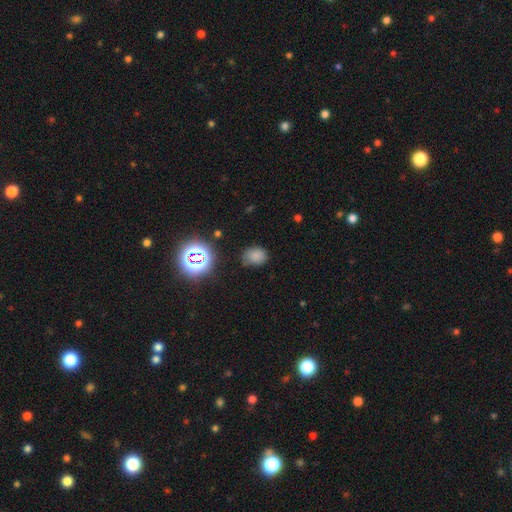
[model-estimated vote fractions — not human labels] Morphology: type=smooth (73%); roundness=in between (56%); merging=none (69%).